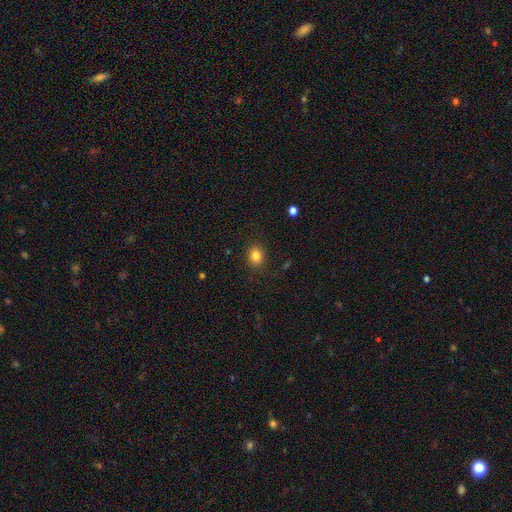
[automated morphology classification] smooth_or_featured: smooth (p=0.84) [alt: star or artifact p=0.11]
how_rounded: round (p=0.62) [alt: in between p=0.37]
merging: none (p=0.87) [alt: minor disturbance p=0.09]